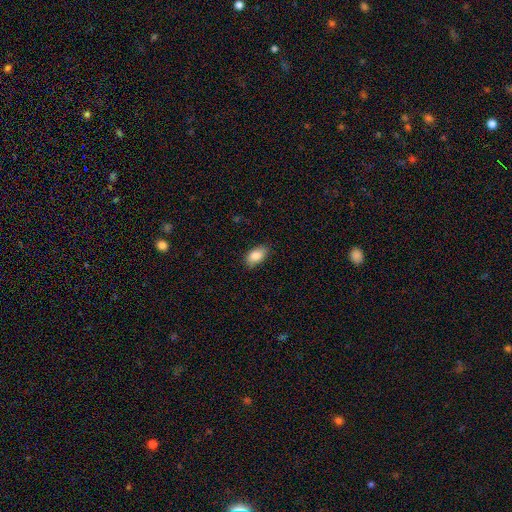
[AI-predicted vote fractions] Morphology: type=smooth (85%); roundness=in between (91%); merging=none (81%).